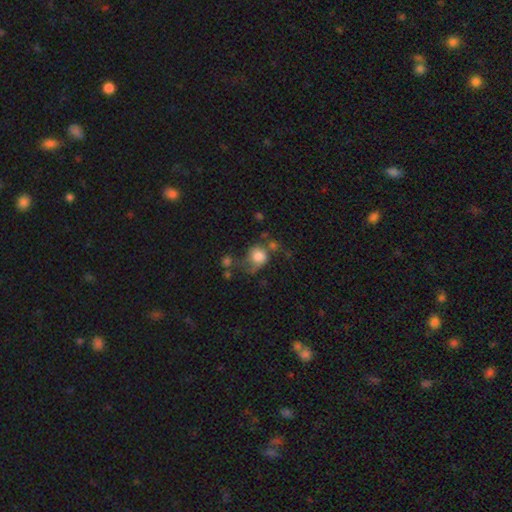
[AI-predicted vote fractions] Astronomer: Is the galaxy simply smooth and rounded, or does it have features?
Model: smooth — 49% (runner-up: star or artifact, 30%).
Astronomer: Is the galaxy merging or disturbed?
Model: none — 62%.